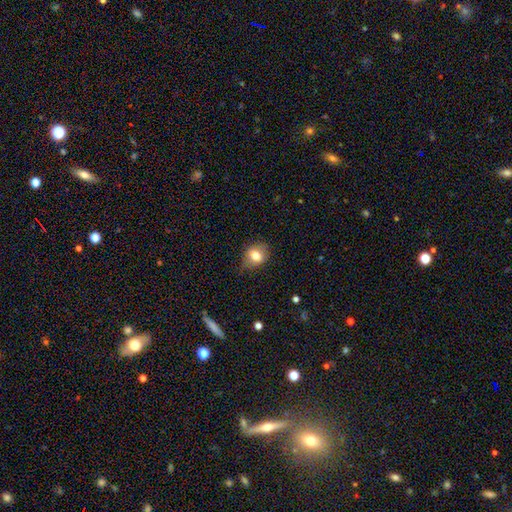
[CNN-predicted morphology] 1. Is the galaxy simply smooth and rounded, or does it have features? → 76% smooth, 14% featured or disk, 9% star or artifact.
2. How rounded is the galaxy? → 59% round, 39% in between, 1% cigar-shaped.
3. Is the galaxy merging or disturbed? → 68% none, 24% minor disturbance, 6% major disturbance, 1% merger.